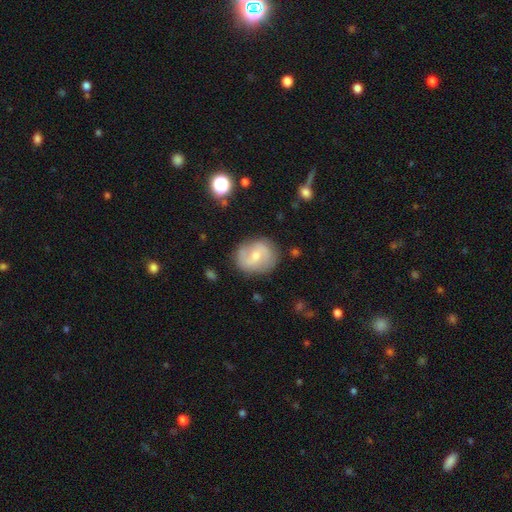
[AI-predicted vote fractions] featured or disk 63%, smooth 30%, star or artifact 7%. Down the decision tree: edge-on disk — no (97%); bar — weak (50%); spiral arms — yes (84%); spiral arm count — 2 (82%); spiral winding — medium (46%); bulge size — small (47%, tied with moderate); merging — none (78%).